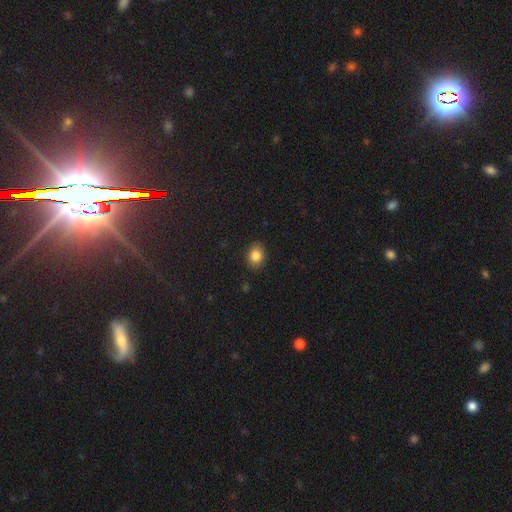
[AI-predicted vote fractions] smooth_or_featured: smooth (p=0.83) [alt: star or artifact p=0.10]
how_rounded: in between (p=0.59) [alt: round p=0.40]
merging: none (p=0.87) [alt: minor disturbance p=0.10]